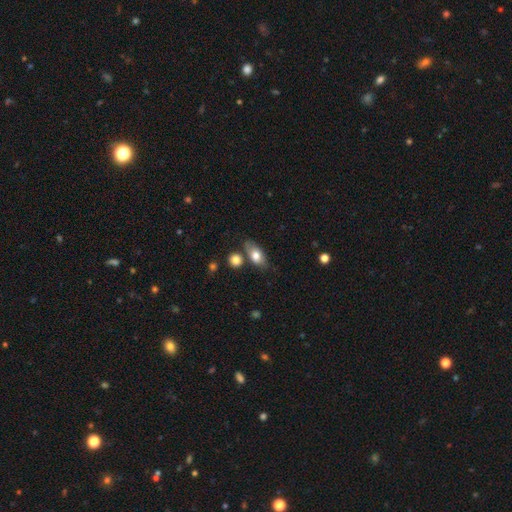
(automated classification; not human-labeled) Smooth or featured?
  - smooth: 73% *
  - featured or disk: 20%
  - star or artifact: 7%
How rounded?
  - in between: 82% *
  - round: 9%
  - cigar-shaped: 9%
Merging?
  - none: 65% *
  - minor disturbance: 18%
  - merger: 13%
  - major disturbance: 5%